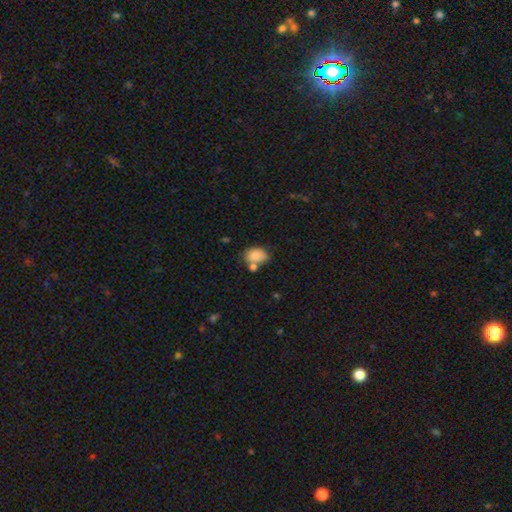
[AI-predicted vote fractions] Morphology: type=smooth (83%); roundness=in between (75%); merging=none (51%).